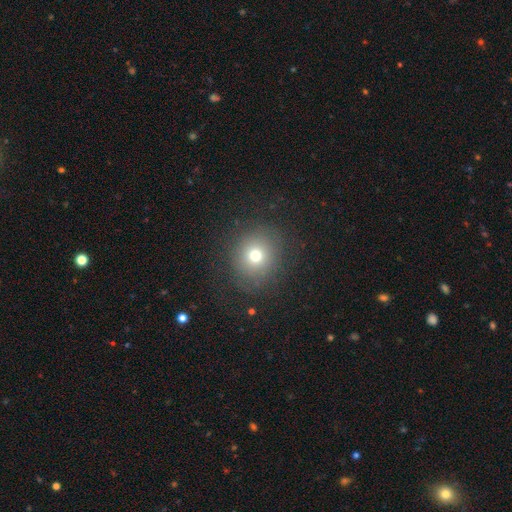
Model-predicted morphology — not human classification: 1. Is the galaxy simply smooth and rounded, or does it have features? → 72% smooth, 17% star or artifact, 11% featured or disk.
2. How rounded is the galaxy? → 88% round, 11% in between, 1% cigar-shaped.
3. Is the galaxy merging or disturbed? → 85% none, 9% minor disturbance, 5% major disturbance, 1% merger.